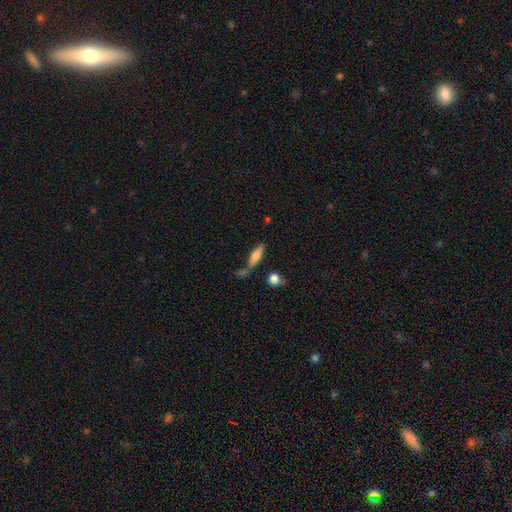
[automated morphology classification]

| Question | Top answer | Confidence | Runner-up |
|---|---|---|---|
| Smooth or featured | smooth | 64% | featured or disk (29%) |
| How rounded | cigar-shaped | 57% | in between (40%) |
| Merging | none | 58% | minor disturbance (19%) |